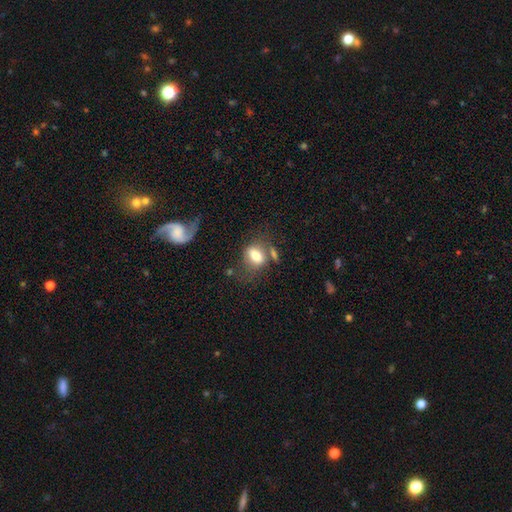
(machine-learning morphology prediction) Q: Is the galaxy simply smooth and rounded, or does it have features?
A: smooth — 71%.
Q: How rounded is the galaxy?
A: in between — 77%.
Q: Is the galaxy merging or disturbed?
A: none — 46%.